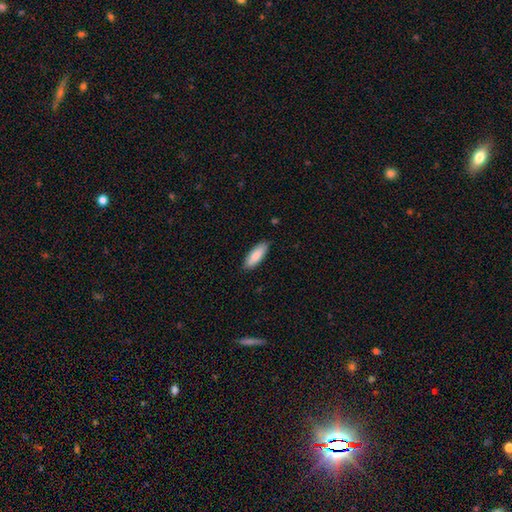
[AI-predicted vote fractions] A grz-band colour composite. It shows a smooth galaxy with no disk features (86%) that is in between round and cigar-shaped (63%). Merging: none (87%).